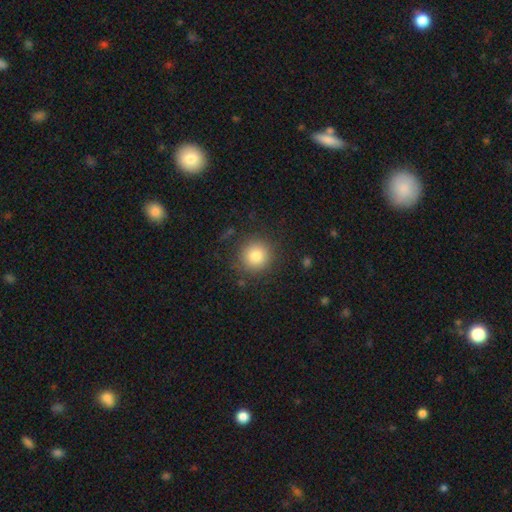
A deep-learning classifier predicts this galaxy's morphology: Smooth or featured: smooth — 82% (star or artifact — 11%)
How rounded: round — 94% (in between — 5%)
Merging: none — 87% (minor disturbance — 9%)